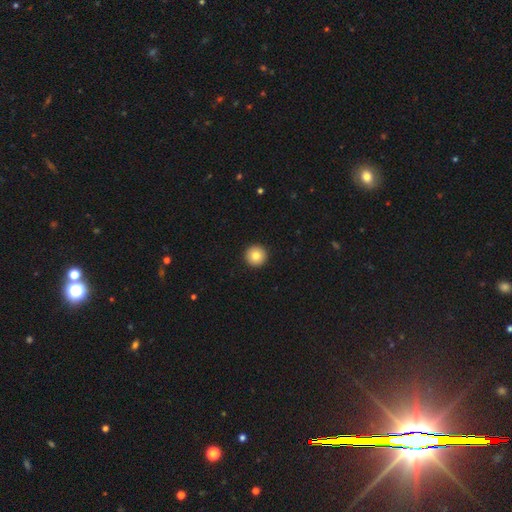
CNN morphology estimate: Smooth or featured?
  - smooth: 83% *
  - star or artifact: 9%
  - featured or disk: 8%
How rounded?
  - round: 97% *
  - in between: 2%
  - cigar-shaped: 1%
Merging?
  - none: 94% *
  - minor disturbance: 4%
  - major disturbance: 1%
  - merger: 1%